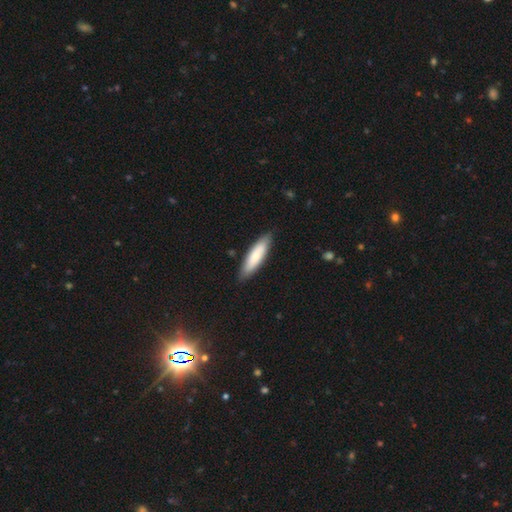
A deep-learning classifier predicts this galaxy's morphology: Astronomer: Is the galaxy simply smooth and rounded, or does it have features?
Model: smooth — 77%.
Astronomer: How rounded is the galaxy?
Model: cigar-shaped — 66%.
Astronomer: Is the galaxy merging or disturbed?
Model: none — 85%.